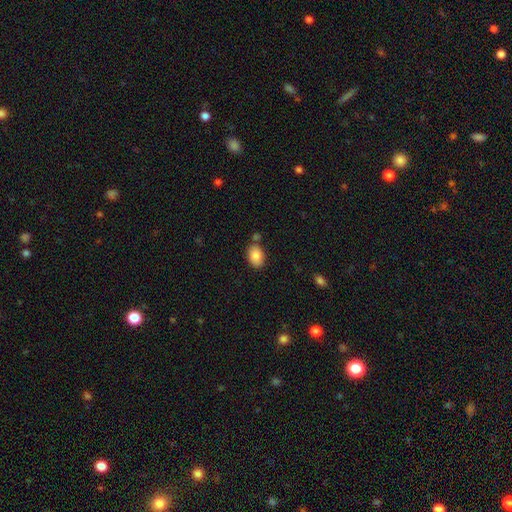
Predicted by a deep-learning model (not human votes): A smooth galaxy with no disk features (87%) that is in between round and cigar-shaped (80%). Merging: none (73%).